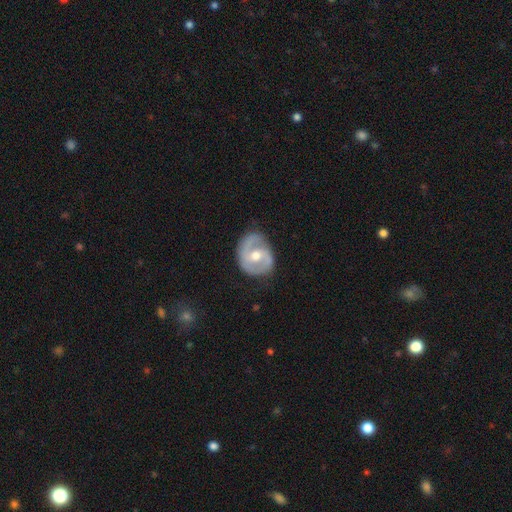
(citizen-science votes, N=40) This appears to be a featured or disk galaxy (82%) with a weak bar (66%), 2 (67%) tight (43%) spiral arms (94%) and a moderate central bulge (81%). Merging: none (69%).